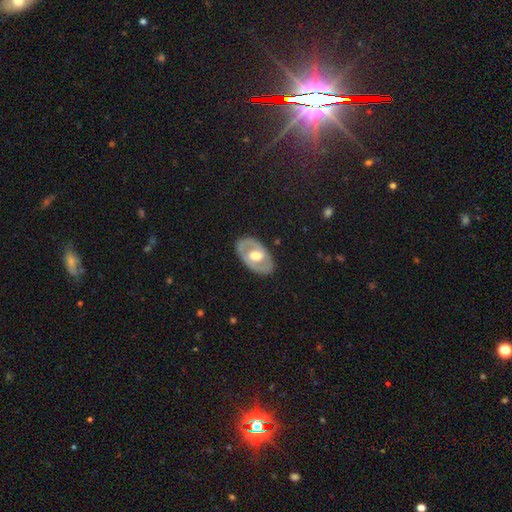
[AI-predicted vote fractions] featured or disk 62%, smooth 33%, star or artifact 5%. Down the decision tree: edge-on disk — no (91%); bar — no (62%); spiral arms — no (68%); bulge size — moderate (58%); merging — none (83%).